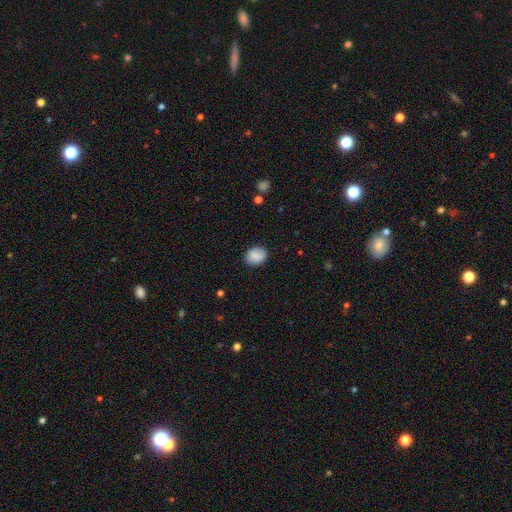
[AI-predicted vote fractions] Smooth or featured?
  - smooth: 85% *
  - featured or disk: 8%
  - star or artifact: 7%
How rounded?
  - in between: 50% *
  - round: 49%
  - cigar-shaped: 1%
Merging?
  - none: 85% *
  - minor disturbance: 11%
  - major disturbance: 3%
  - merger: 1%